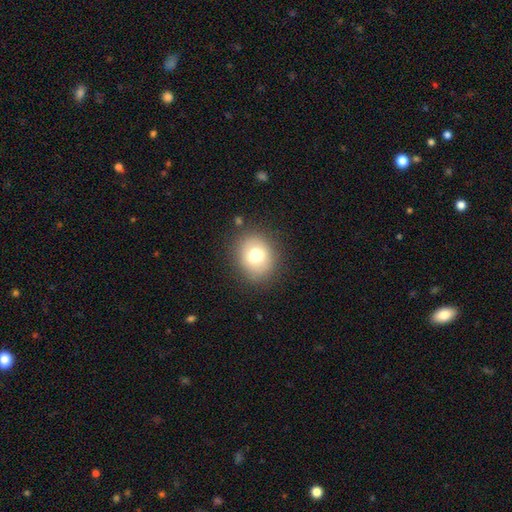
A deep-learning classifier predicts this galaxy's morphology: Smooth or featured?
  - smooth: 73% *
  - featured or disk: 16%
  - star or artifact: 11%
How rounded?
  - round: 70% *
  - in between: 29%
  - cigar-shaped: 1%
Merging?
  - none: 84% *
  - minor disturbance: 11%
  - major disturbance: 4%
  - merger: 2%